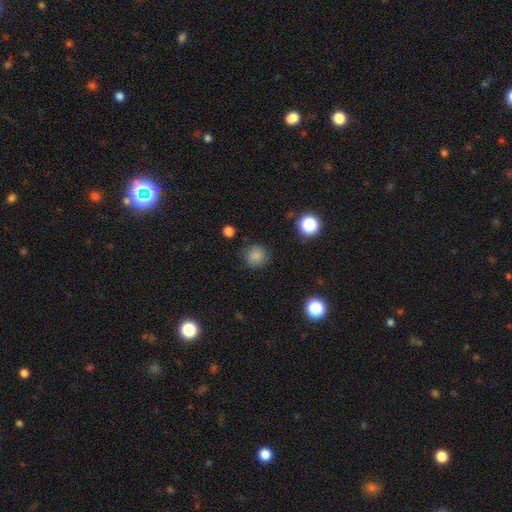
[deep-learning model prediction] A smooth galaxy with no disk features (82%) that is round (90%). Merging: none (84%).